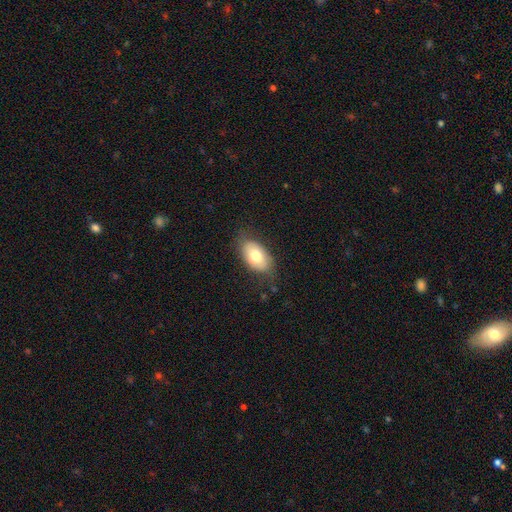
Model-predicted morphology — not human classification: Overall: smooth (72%). How rounded: in between (93%). Merging: none (72%).